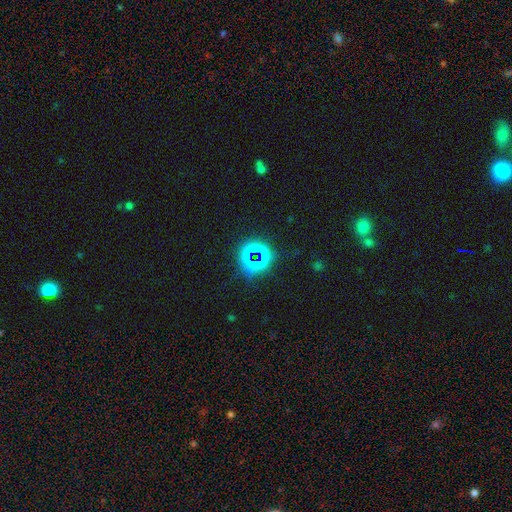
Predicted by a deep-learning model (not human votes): A star or artifact, not a galaxy (62%).

Vote fractions:
- Smooth or featured? star or artifact: 62% / smooth: 28% / featured or disk: 10%